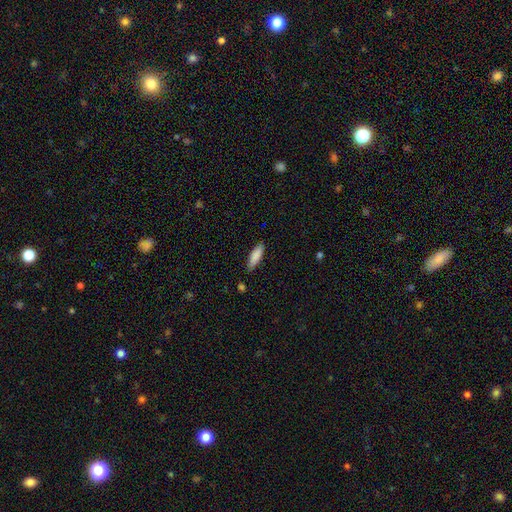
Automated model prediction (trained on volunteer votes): Q: Smooth or featured?
A: smooth (85%); runner-up: featured or disk (9%)
Q: How rounded?
A: cigar-shaped (55%); runner-up: in between (44%)
Q: Merging?
A: none (83%); runner-up: minor disturbance (12%)